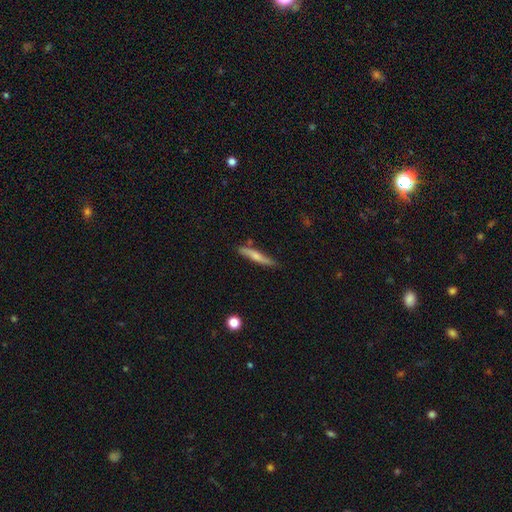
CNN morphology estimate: smooth 59%, featured or disk 35%, star or artifact 6%. Down the decision tree: how rounded — cigar-shaped (91%); merging — none (76%).